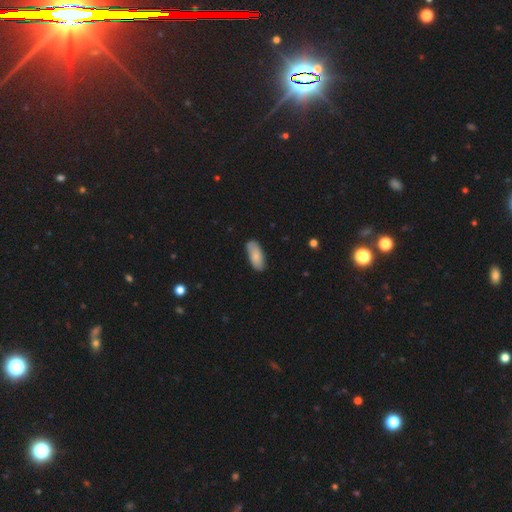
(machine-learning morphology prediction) The model was most divided on "merging": none: 77%, minor disturbance: 19%, major disturbance: 3%, merger: 2%. More confident: how rounded — in between (85%); smooth or featured — smooth (81%).